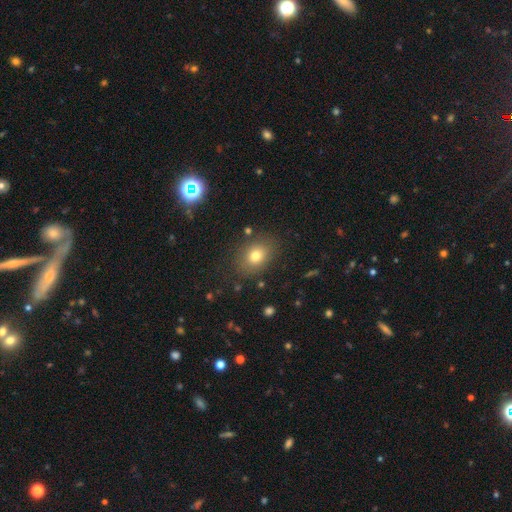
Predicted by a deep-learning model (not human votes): Smooth or featured? Predicted: smooth (p=0.76). How rounded? Predicted: in between (p=0.59). Merging? Predicted: none (p=0.82).